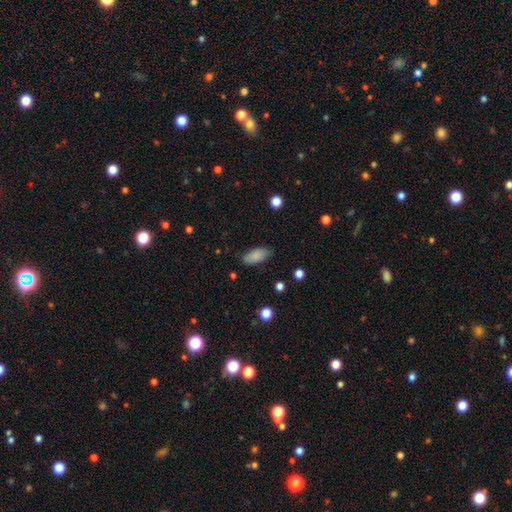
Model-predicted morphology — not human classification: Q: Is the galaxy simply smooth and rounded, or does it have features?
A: smooth — 87%.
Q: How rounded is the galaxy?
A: in between — 89%.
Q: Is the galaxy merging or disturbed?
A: none — 84%.